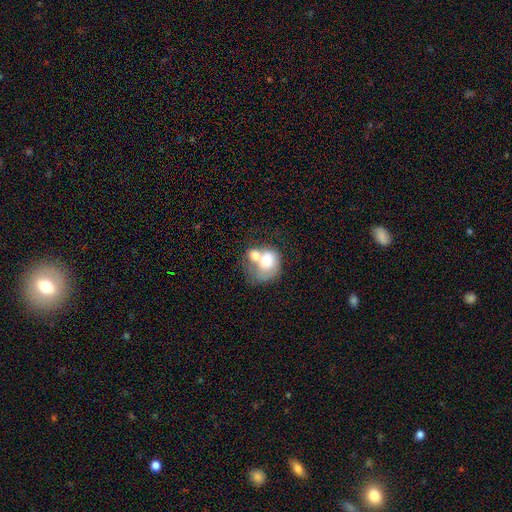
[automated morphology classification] type=smooth (60%); roundness=round (50%); merging=merger (62%).